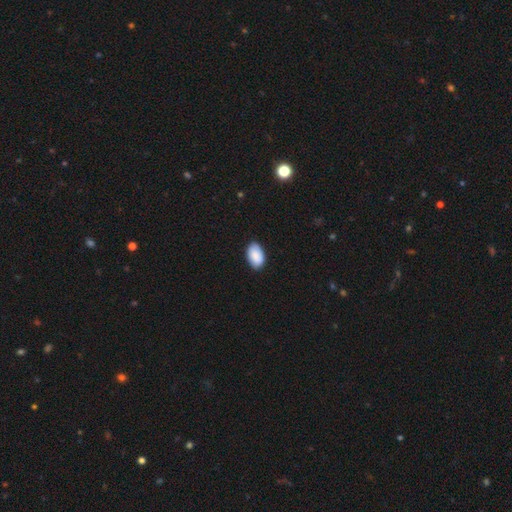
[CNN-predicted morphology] Smooth or featured?
  - smooth: 90% *
  - star or artifact: 6%
  - featured or disk: 4%
How rounded?
  - in between: 94% *
  - round: 5%
  - cigar-shaped: 1%
Merging?
  - none: 85% *
  - minor disturbance: 12%
  - major disturbance: 2%
  - merger: 1%